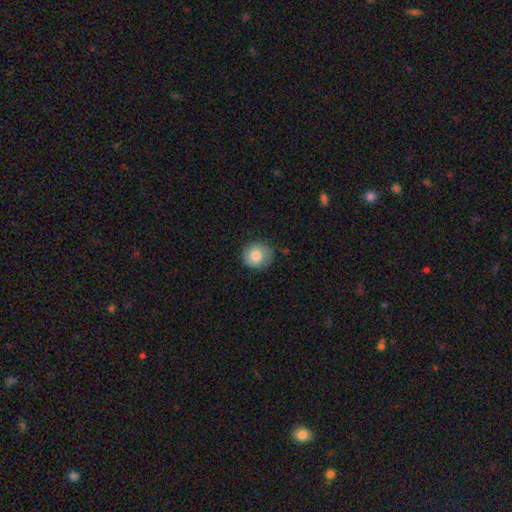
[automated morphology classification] A smooth galaxy with no disk features (80%) that is round (90%).

Vote fractions:
- Smooth or featured? smooth: 80% / featured or disk: 12% / star or artifact: 8%
- How rounded? round: 90% / in between: 9% / cigar-shaped: 1%
- Merging? none: 78% / minor disturbance: 17% / major disturbance: 4% / merger: 1%